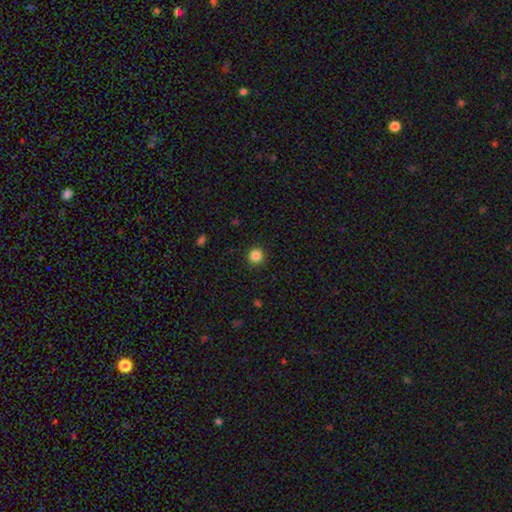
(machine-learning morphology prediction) smooth 85%, star or artifact 11%, featured or disk 4%. Down the decision tree: how rounded — round (95%); merging — none (92%).